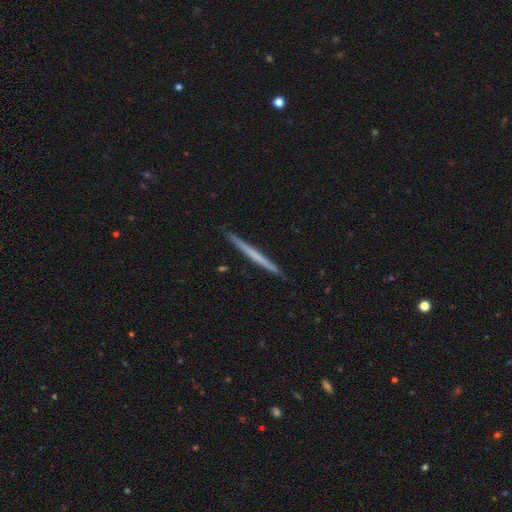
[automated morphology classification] type=featured or disk (50%); merging=none (92%).